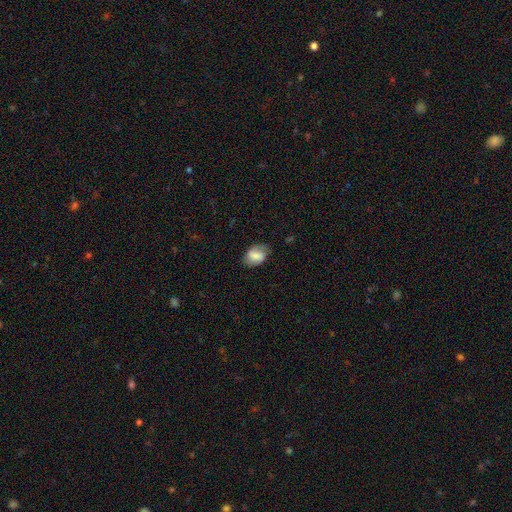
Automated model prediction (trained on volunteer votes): Morphology: type=smooth (64%); roundness=in between (83%); merging=none (68%).